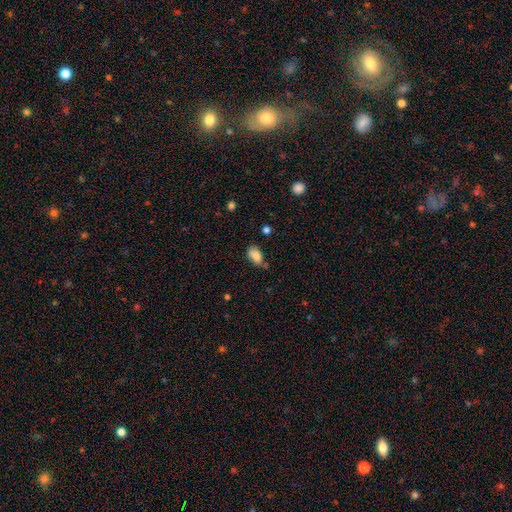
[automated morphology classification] Overall: smooth (82%). How rounded: in between (89%). Merging: none (57%; minor disturbance 29%).